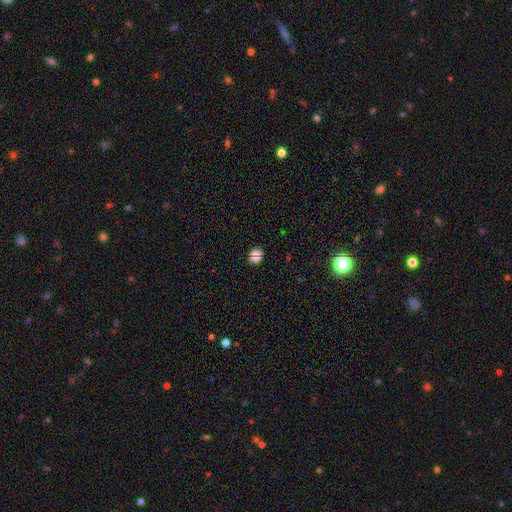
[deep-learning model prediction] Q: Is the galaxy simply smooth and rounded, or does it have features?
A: smooth — 75%.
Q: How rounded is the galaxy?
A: round — 59%.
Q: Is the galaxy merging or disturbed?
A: none — 73%.